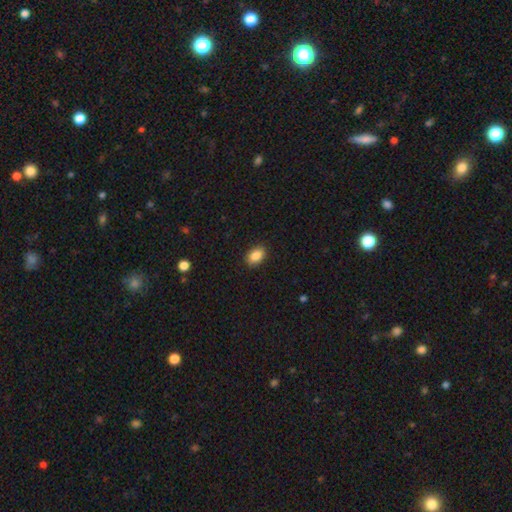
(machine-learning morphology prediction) The model was most divided on "how rounded": in between: 85%, round: 14%, cigar-shaped: 1%. More confident: merging — none (89%); smooth or featured — smooth (87%).